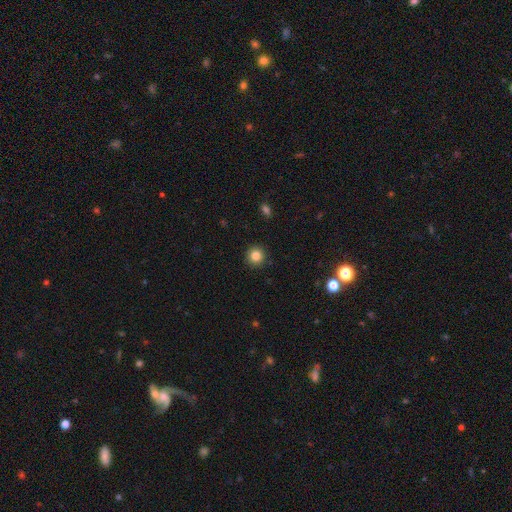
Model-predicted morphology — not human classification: The model was most divided on "smooth or featured": smooth: 85%, star or artifact: 11%, featured or disk: 4%. More confident: how rounded — round (94%); merging — none (92%).